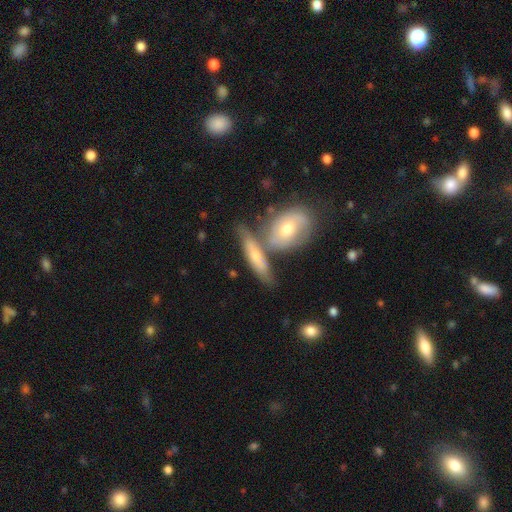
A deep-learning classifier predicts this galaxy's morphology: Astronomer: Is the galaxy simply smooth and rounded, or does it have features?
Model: smooth — 55% (runner-up: featured or disk, 39%).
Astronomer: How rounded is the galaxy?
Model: cigar-shaped — 49% (runner-up: in between, 45%).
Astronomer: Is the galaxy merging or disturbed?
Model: none — 45% (runner-up: merger, 38%).